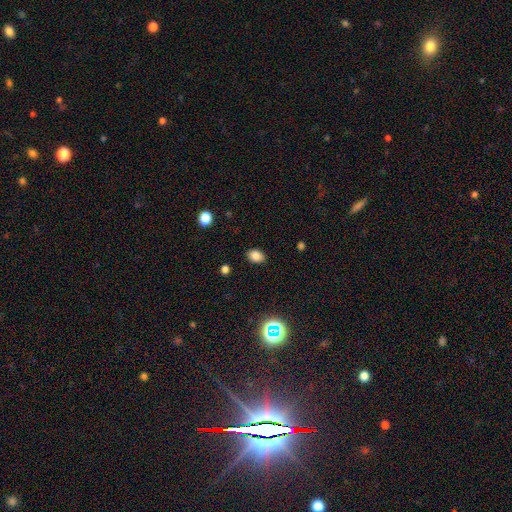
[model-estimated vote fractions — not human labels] This is clearly a smooth galaxy (84%). How rounded: likely in between (73%). Merging: clearly none (86%).